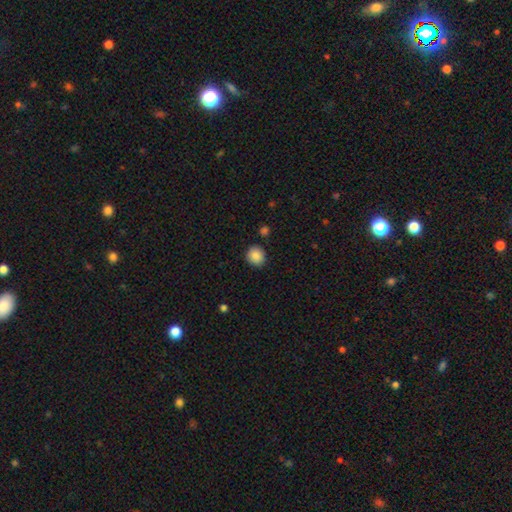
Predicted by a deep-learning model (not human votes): Morphology: type=smooth (87%); roundness=round (82%); merging=none (88%).